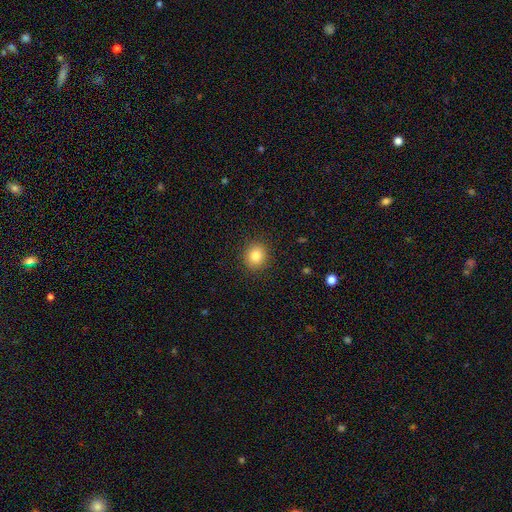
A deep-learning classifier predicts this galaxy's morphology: smooth_or_featured: smooth (p=0.83) [alt: star or artifact p=0.10]
how_rounded: round (p=0.82) [alt: in between p=0.17]
merging: none (p=0.90) [alt: minor disturbance p=0.07]